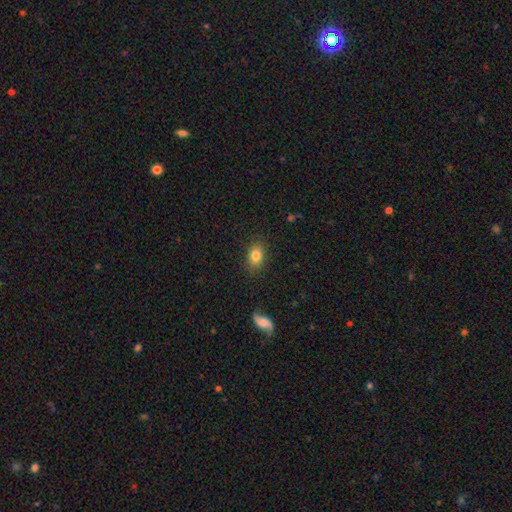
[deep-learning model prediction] The model was most divided on "how rounded": in between: 77%, round: 22%, cigar-shaped: 2%. More confident: merging — none (85%); smooth or featured — smooth (82%).